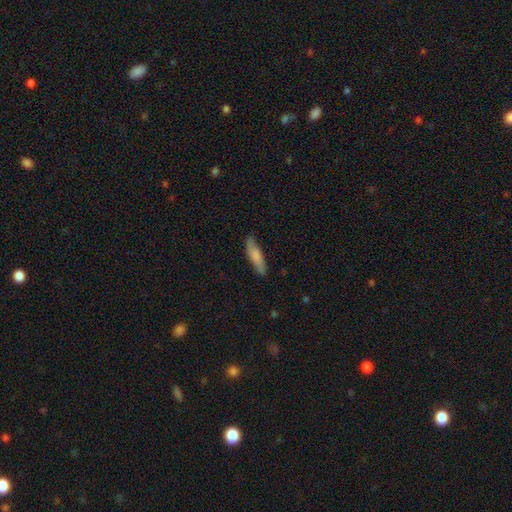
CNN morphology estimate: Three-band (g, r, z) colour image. It shows a smooth galaxy with no disk features (70%) that is cigar-shaped (70%). Merging: none (79%).